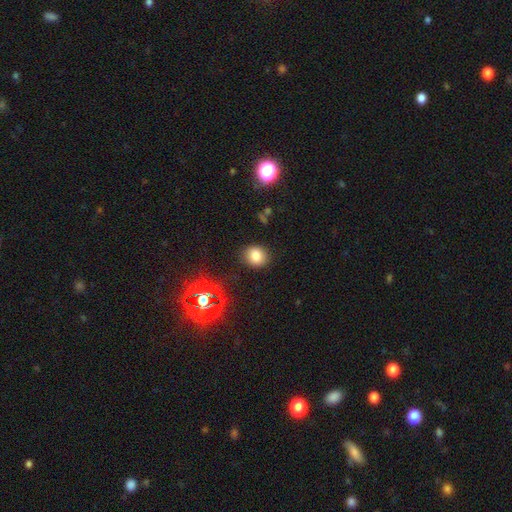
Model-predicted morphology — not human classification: Smooth or featured? smooth (77%)
How rounded? round (66%)
Merging? none (87%)